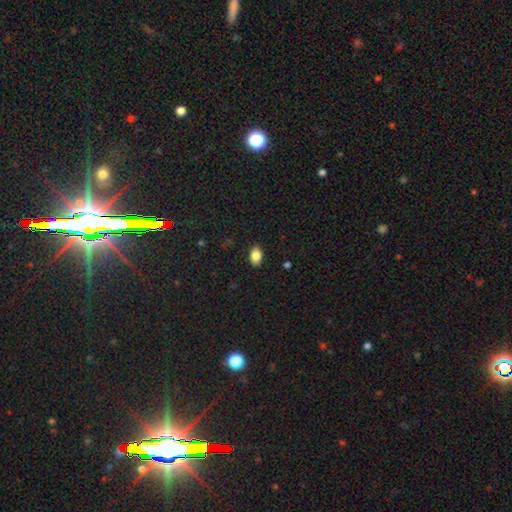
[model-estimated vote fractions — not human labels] The model was most divided on "smooth or featured": smooth: 85%, star or artifact: 8%, featured or disk: 7%. More confident: how rounded — in between (90%); merging — none (89%).